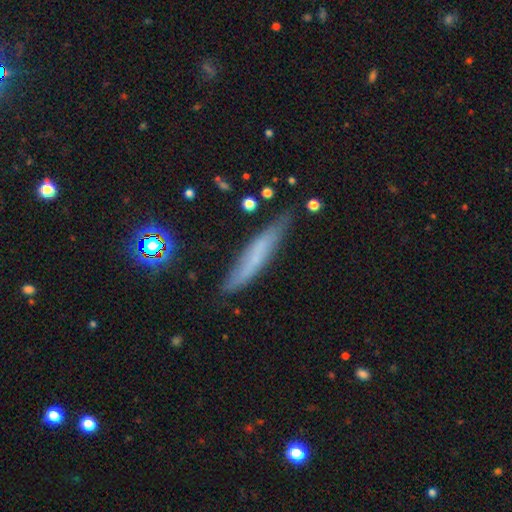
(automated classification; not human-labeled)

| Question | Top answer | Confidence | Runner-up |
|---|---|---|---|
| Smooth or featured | smooth | 51% | featured or disk (37%) |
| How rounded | cigar-shaped | 91% | in between (7%) |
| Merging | none | 76% | minor disturbance (18%) |